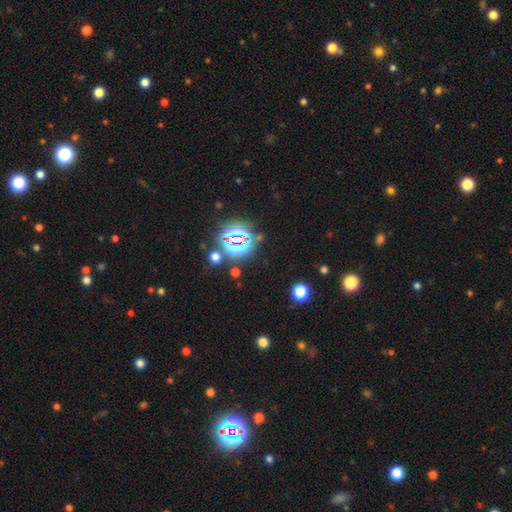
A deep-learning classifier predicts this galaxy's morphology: Smooth or featured? star or artifact (79%)